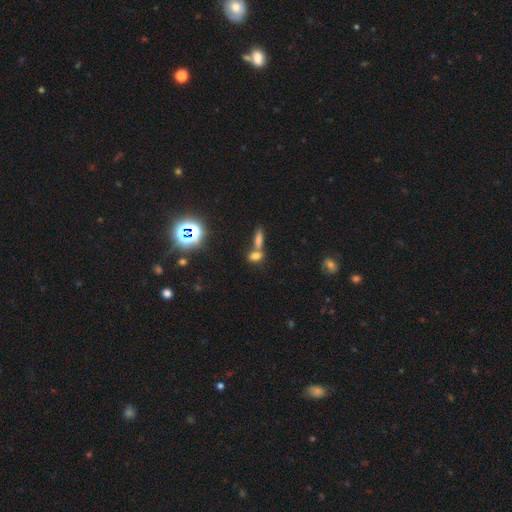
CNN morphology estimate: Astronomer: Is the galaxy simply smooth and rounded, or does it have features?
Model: smooth — 64%.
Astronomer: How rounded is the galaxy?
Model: in between — 65%.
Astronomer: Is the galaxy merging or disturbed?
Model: merger — 51% (runner-up: none, 38%).